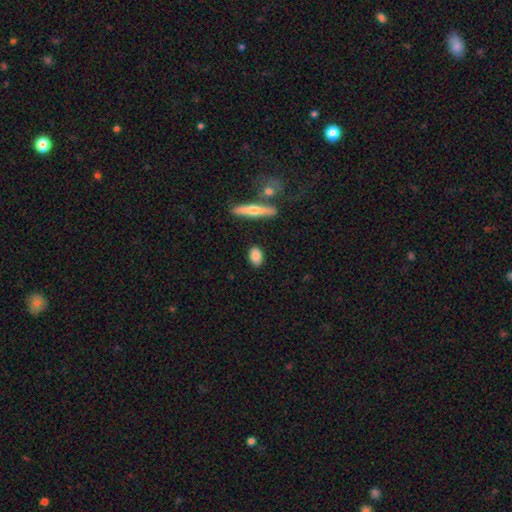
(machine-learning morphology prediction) Smooth or featured? smooth (83%)
How rounded? in between (83%)
Merging? none (86%)